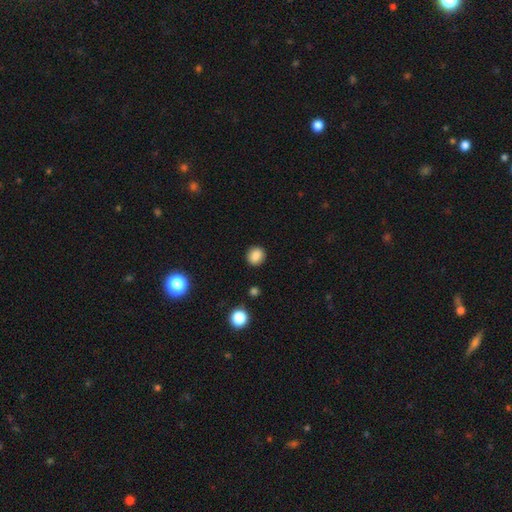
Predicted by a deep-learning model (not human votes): A smooth galaxy with no disk features (86%) that is round (81%).

Vote fractions:
- Smooth or featured? smooth: 86% / star or artifact: 10% / featured or disk: 4%
- How rounded? round: 81% / in between: 18% / cigar-shaped: 1%
- Merging? none: 90% / minor disturbance: 7% / major disturbance: 2% / merger: 1%